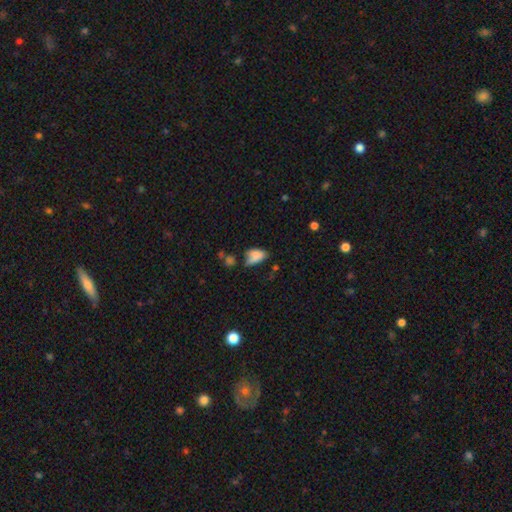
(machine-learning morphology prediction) type=smooth (75%); roundness=in between (89%); merging=none (31%).